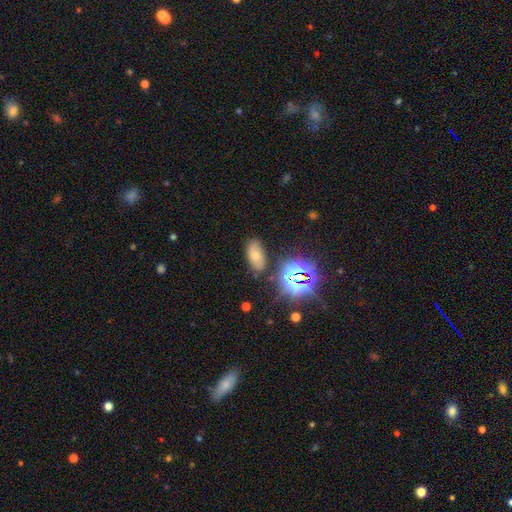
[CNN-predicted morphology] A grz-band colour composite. It shows a smooth galaxy with no disk features (58%) that is in between round and cigar-shaped (91%). Merging: none (80%).